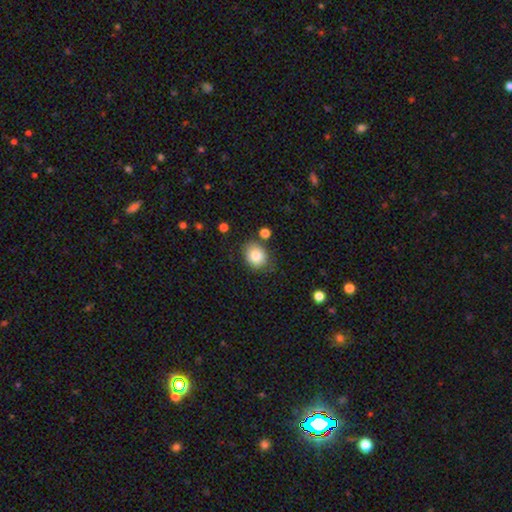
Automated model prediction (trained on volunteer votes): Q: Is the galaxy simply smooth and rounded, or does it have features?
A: smooth — 82%.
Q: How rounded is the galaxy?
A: round — 63%.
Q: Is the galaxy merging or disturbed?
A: none — 74%.